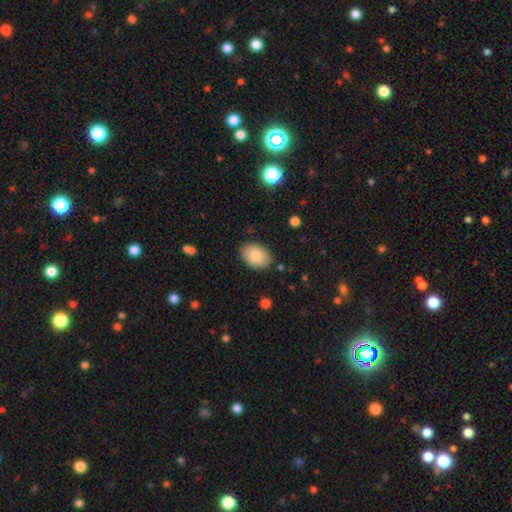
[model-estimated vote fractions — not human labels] Smooth or featured?
  - smooth: 83% *
  - featured or disk: 10%
  - star or artifact: 7%
How rounded?
  - in between: 84% *
  - round: 15%
  - cigar-shaped: 1%
Merging?
  - none: 86% *
  - minor disturbance: 10%
  - major disturbance: 2%
  - merger: 1%